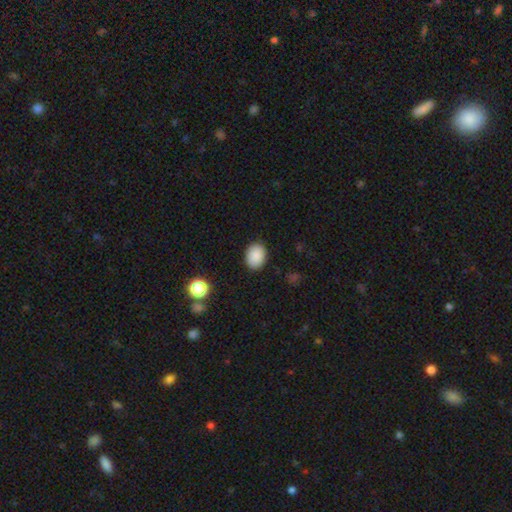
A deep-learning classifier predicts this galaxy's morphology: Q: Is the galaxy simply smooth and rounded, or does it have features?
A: smooth — 88%.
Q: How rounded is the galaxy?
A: in between — 66%.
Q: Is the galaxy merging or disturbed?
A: none — 88%.